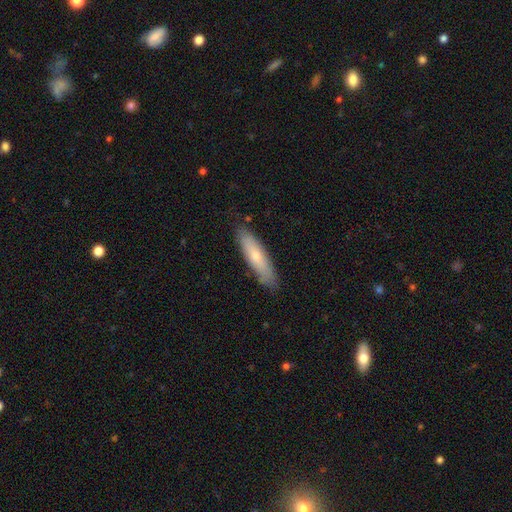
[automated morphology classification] Overall: smooth (66%; featured or disk 28%). How rounded: cigar-shaped (74%). Merging: none (83%).